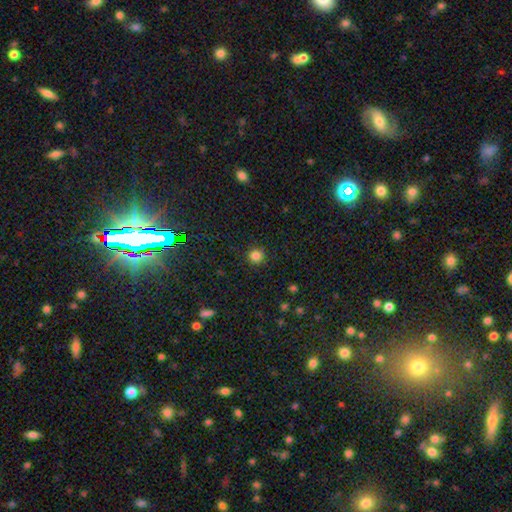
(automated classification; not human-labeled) Morphology: type=smooth (83%); roundness=round (95%); merging=none (91%).